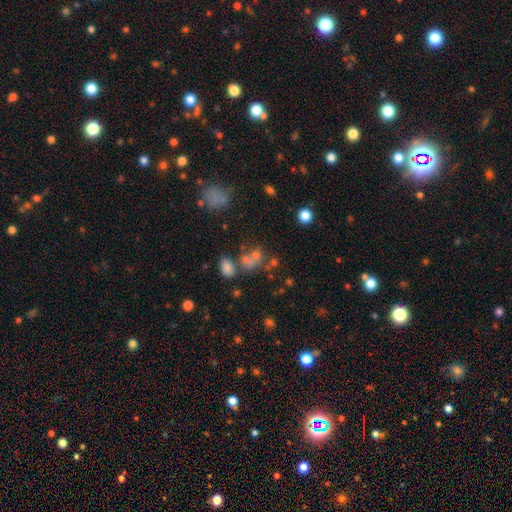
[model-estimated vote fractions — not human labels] Smooth or featured? Predicted: smooth (p=0.60). How rounded? Predicted: in between (p=0.50). Merging? Predicted: merger (p=0.39).